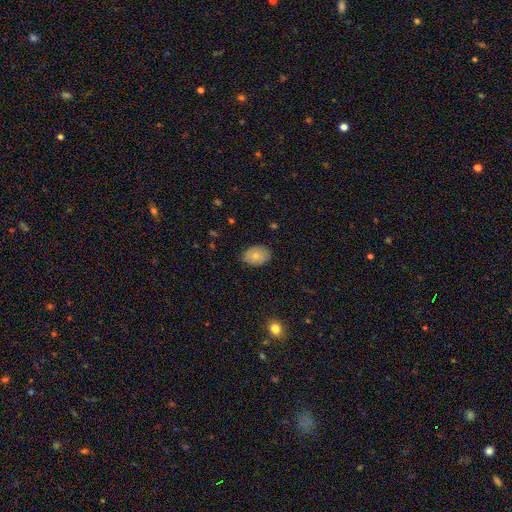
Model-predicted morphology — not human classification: Overall: smooth (78%). How rounded: in between (77%). Merging: none (84%).